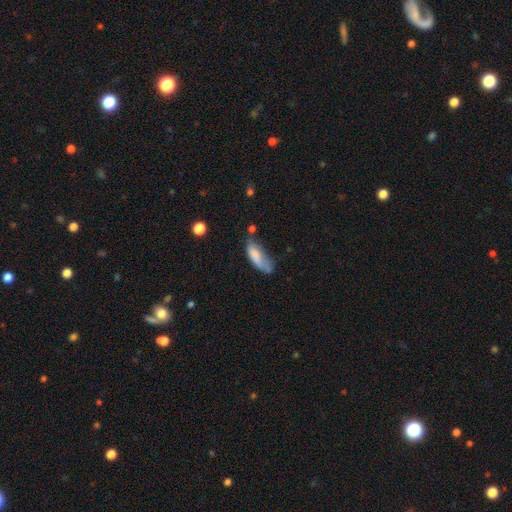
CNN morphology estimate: Smooth or featured? Predicted: smooth (p=0.75). How rounded? Predicted: in between (p=0.67). Merging? Predicted: minor disturbance (p=0.36).